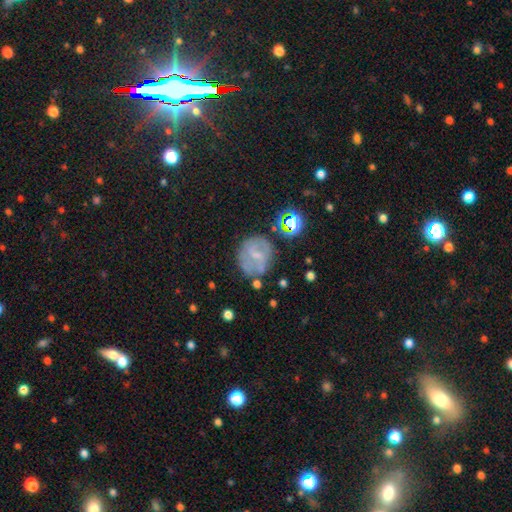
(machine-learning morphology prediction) Smooth or featured? featured or disk (48%)
Merging? none (63%)